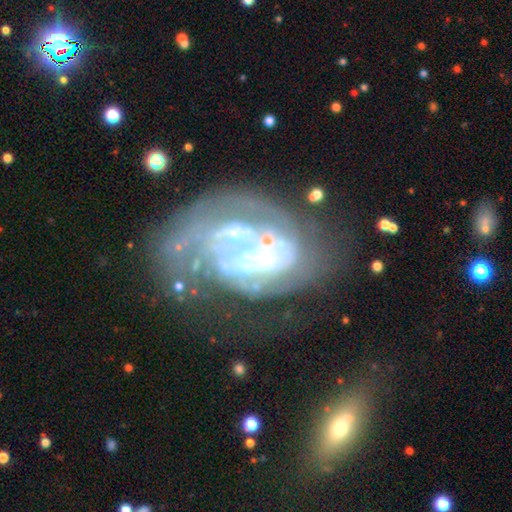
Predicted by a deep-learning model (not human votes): This is likely a featured or disk galaxy (76%). It is clearly not viewed edge-on (97%). Bar: likely no (62%). Spiral arm pattern: possibly no (57%). Central bulge: marginally none (41%). Merging: marginally major disturbance (38%).